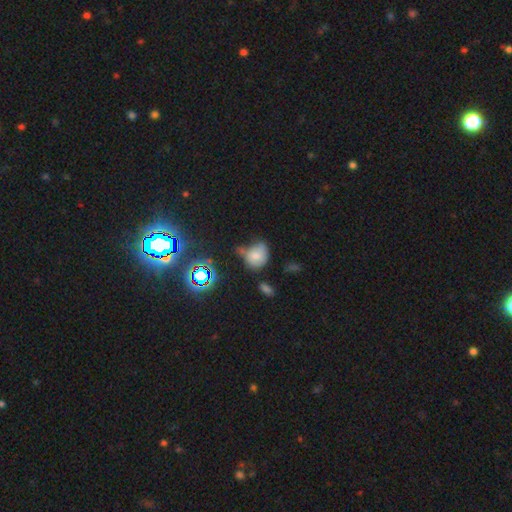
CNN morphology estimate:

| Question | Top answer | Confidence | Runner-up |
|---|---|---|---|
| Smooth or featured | smooth | 64% | star or artifact (21%) |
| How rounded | round | 57% | in between (42%) |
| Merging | none | 37% | minor disturbance (33%) |